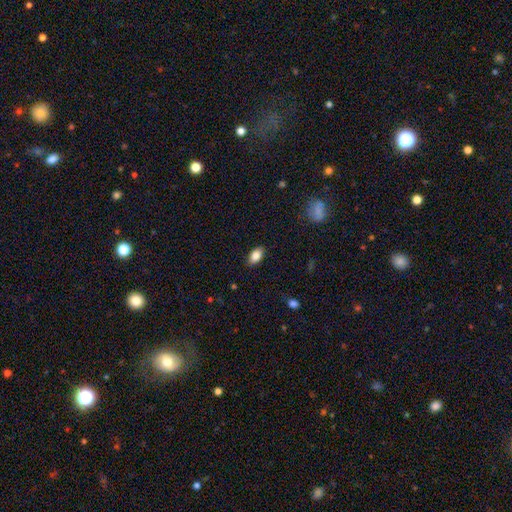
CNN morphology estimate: Smooth or featured? Predicted: smooth (p=0.85). How rounded? Predicted: in between (p=0.91). Merging? Predicted: none (p=0.88).